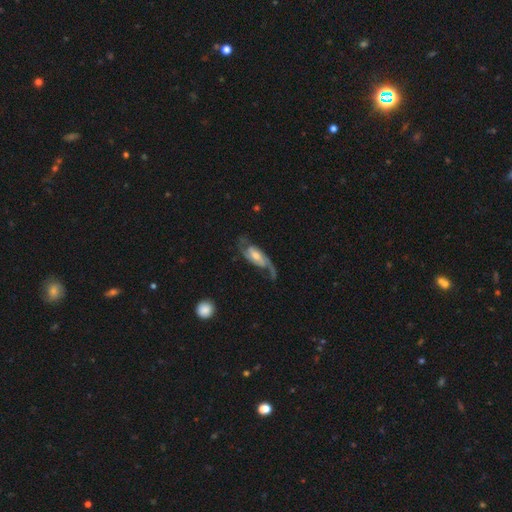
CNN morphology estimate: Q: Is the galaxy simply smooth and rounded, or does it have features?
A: featured or disk — 81%.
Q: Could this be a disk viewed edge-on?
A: no — 90%.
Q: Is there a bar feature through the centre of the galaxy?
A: no — 47%.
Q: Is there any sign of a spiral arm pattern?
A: yes — 94%.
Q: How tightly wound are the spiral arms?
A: medium — 42%.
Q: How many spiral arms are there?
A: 2 — 80%.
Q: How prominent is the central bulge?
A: moderate — 55%.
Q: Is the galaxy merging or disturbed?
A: none — 53%.